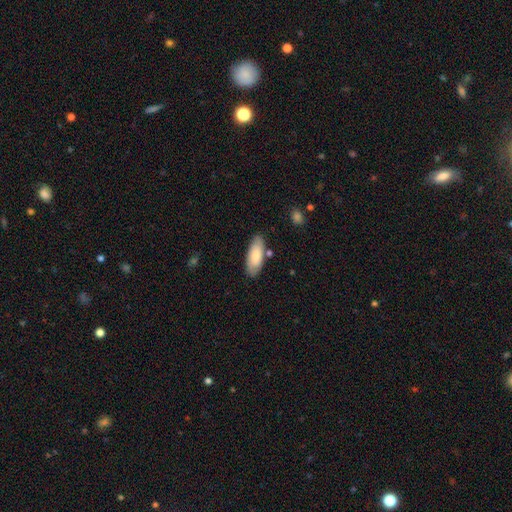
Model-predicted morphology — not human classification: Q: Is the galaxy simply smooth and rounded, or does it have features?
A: smooth — 77%.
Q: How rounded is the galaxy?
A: in between — 80%.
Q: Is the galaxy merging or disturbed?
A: none — 80%.